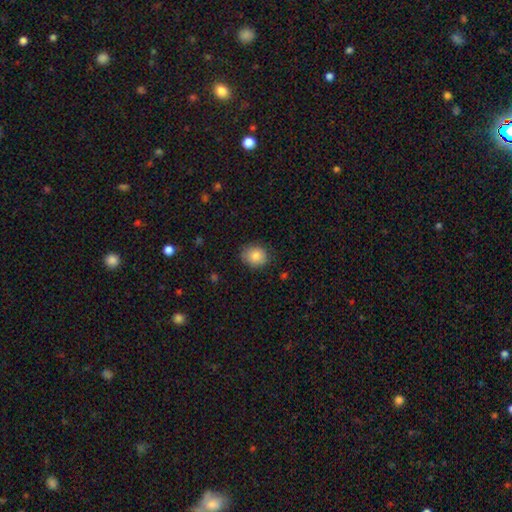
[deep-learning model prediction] smooth_or_featured: smooth (p=0.84) [alt: star or artifact p=0.09]
how_rounded: round (p=0.68) [alt: in between p=0.31]
merging: none (p=0.81) [alt: minor disturbance p=0.14]